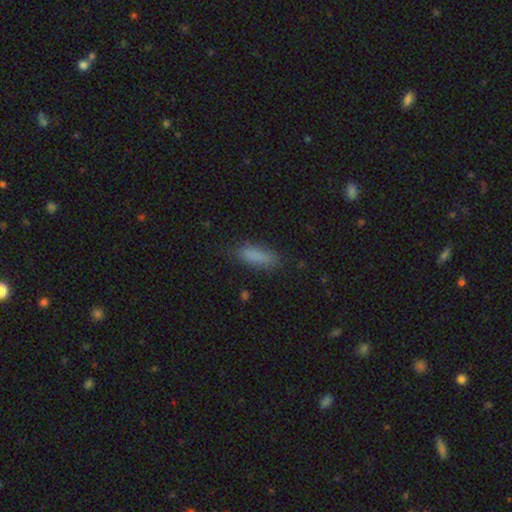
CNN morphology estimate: A smooth galaxy with no disk features (85%) that is in between round and cigar-shaped (55%). Merging: none (78%).